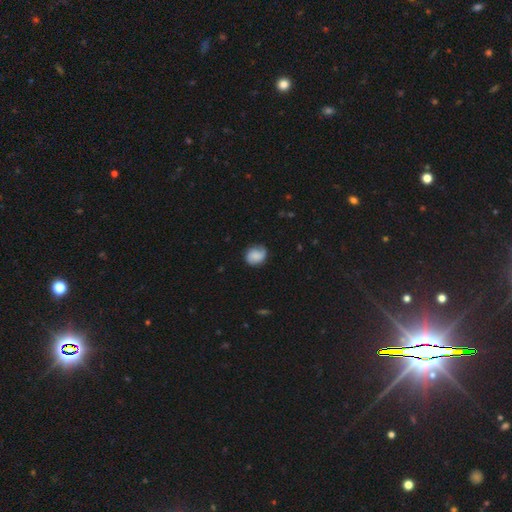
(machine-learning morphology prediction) smooth-or-featured: smooth: 56% | featured or disk: 36% | star or artifact: 8%
  how-rounded: round: 65% | in between: 34% | cigar-shaped: 1%
  merging: none: 72% | minor disturbance: 20% | major disturbance: 6% | merger: 1%